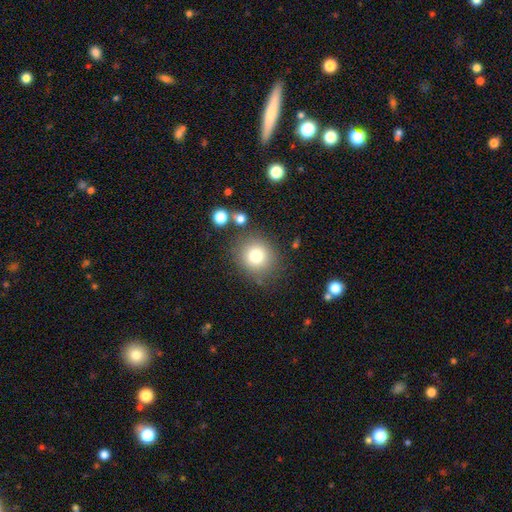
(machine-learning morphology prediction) smooth_or_featured: smooth (p=0.78) [alt: star or artifact p=0.12]
how_rounded: round (p=0.88) [alt: in between p=0.11]
merging: none (p=0.80) [alt: minor disturbance p=0.11]